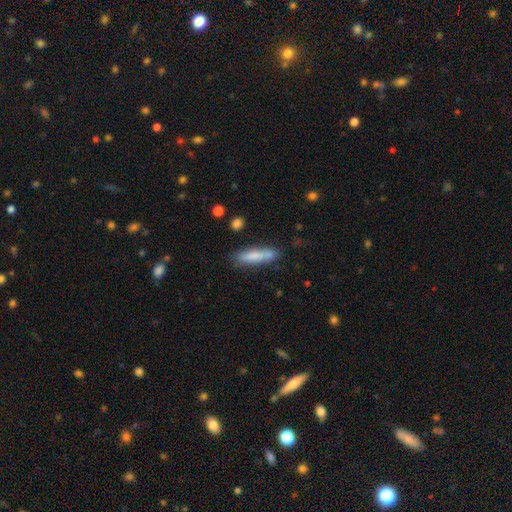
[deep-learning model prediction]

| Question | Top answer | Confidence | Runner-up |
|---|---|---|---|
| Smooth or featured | smooth | 79% | featured or disk (15%) |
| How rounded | cigar-shaped | 77% | in between (21%) |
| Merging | none | 73% | minor disturbance (17%) |